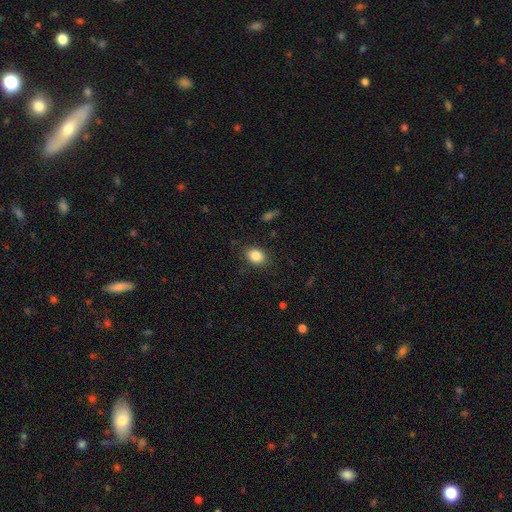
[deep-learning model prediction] Q: Smooth or featured?
A: smooth (85%); runner-up: star or artifact (9%)
Q: How rounded?
A: in between (67%); runner-up: round (32%)
Q: Merging?
A: none (84%); runner-up: minor disturbance (11%)